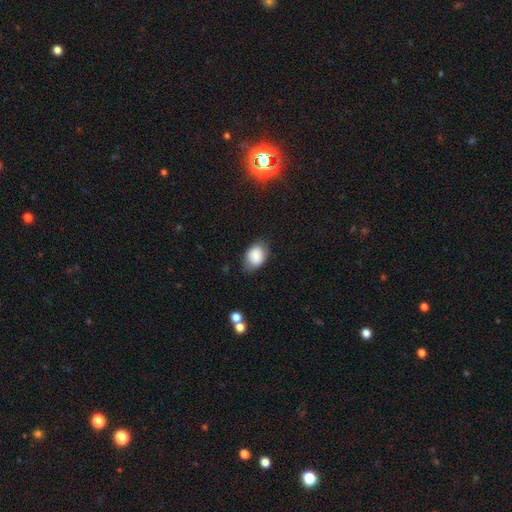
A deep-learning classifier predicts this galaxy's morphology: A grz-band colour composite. It shows a smooth galaxy with no disk features (85%) that is in between round and cigar-shaped (77%). Merging: none (72%).